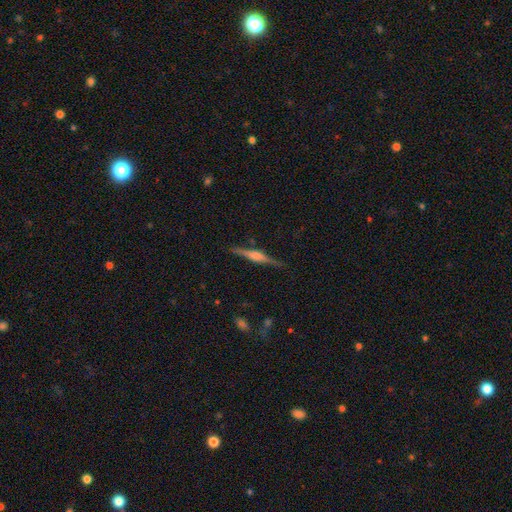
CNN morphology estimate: This is likely a featured or disk galaxy (74%). It is clearly viewed edge-on (98%). Edge-on bulge: likely rounded (66%). Merging: clearly none (87%).